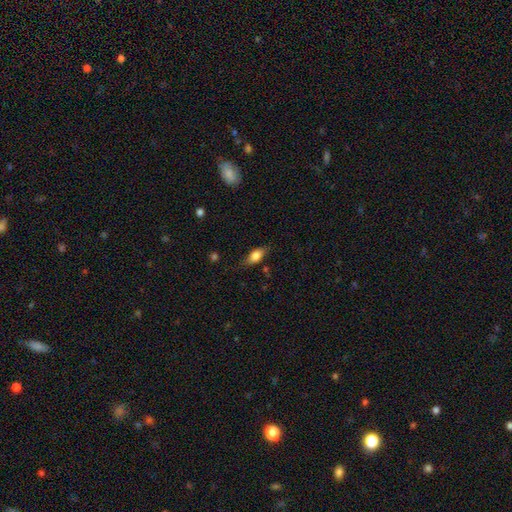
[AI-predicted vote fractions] This is likely a smooth galaxy (77%). How rounded: clearly in between (81%). Merging: likely none (71%).